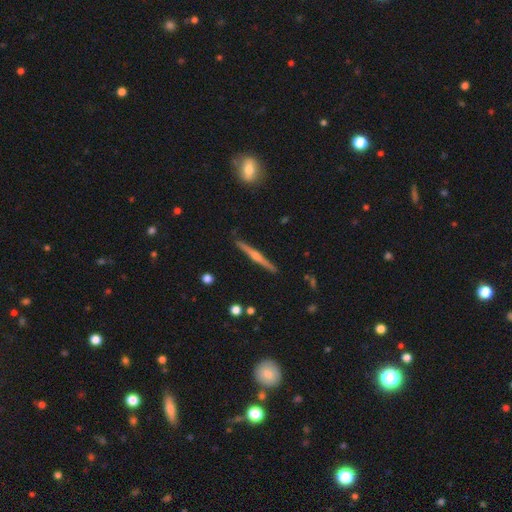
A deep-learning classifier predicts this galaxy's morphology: type=featured or disk (74%); edge-on=yes (97%); edge-on bulge=rounded (77%); merging=none (88%).